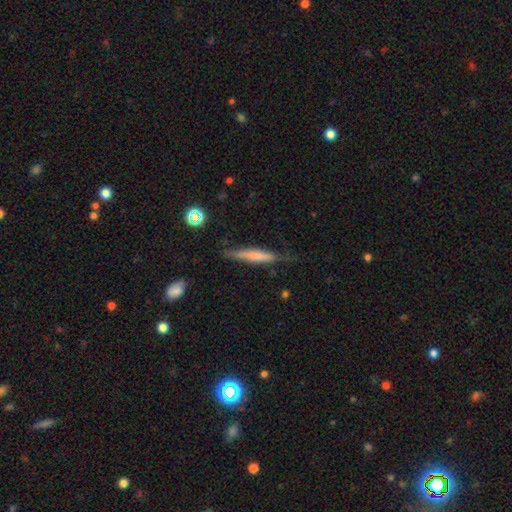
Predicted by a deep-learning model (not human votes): A smooth galaxy with no disk features (55%) that is cigar-shaped (91%). Merging: none (67%).